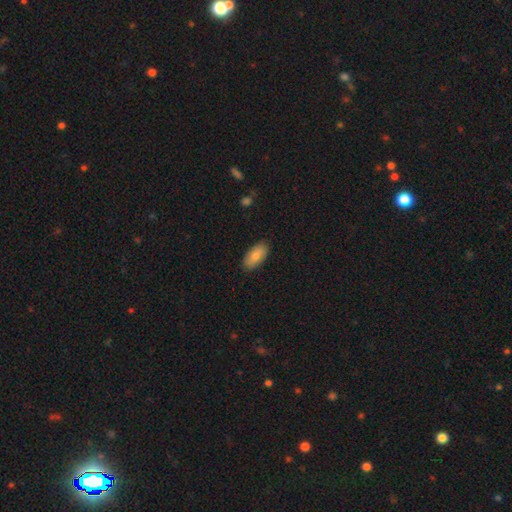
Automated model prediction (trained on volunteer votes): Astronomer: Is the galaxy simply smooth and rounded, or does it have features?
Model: smooth — 80%.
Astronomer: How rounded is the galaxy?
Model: in between — 91%.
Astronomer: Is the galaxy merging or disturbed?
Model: none — 87%.